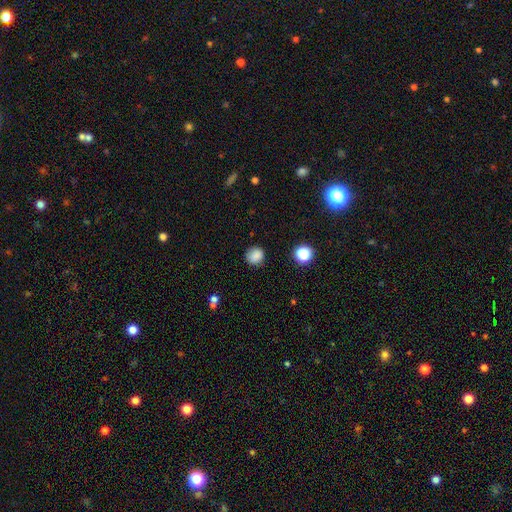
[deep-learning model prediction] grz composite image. It shows a smooth galaxy with no disk features (84%) that is round (80%). Merging: none (85%).